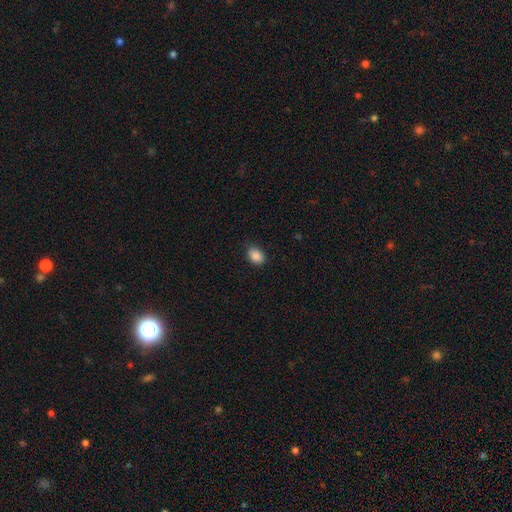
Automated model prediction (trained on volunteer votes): smooth-or-featured: smooth: 88% | star or artifact: 8% | featured or disk: 4%
  how-rounded: in between: 77% | round: 22% | cigar-shaped: 1%
  merging: none: 85% | minor disturbance: 11% | major disturbance: 2% | merger: 1%